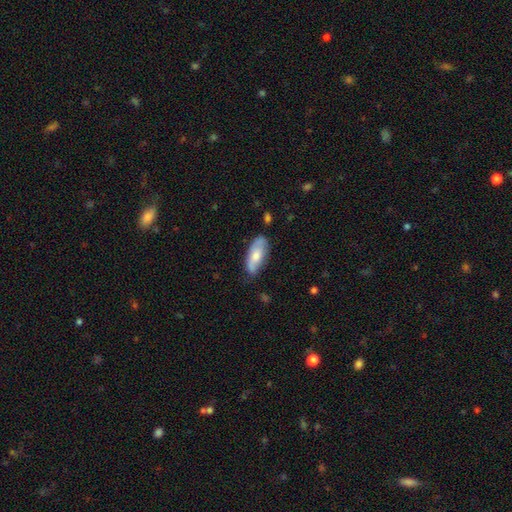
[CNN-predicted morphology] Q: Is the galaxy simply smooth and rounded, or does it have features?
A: smooth — 62%.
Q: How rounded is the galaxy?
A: in between — 80%.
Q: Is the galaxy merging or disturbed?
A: none — 67%.